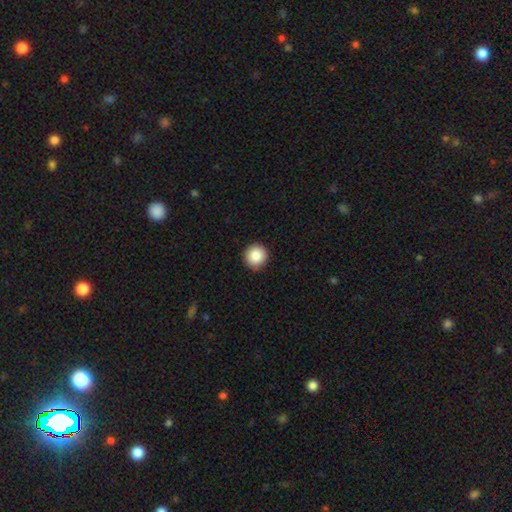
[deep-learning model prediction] Smooth or featured? Predicted: smooth (p=0.87). How rounded? Predicted: round (p=0.95). Merging? Predicted: none (p=0.91).